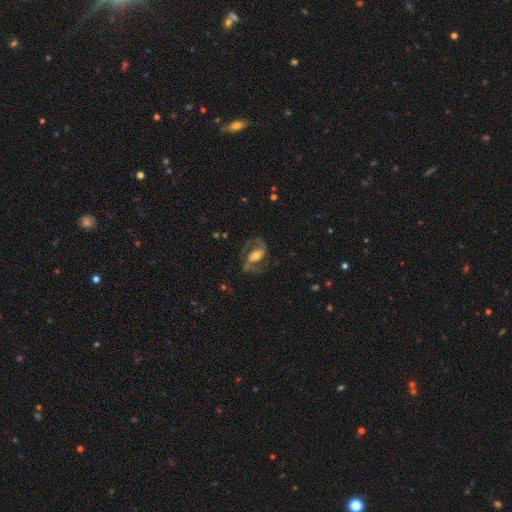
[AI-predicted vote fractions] This appears to be a featured or disk galaxy (81%) with a weak bar (37%), 2 (87%) medium (55%) spiral arms (92%) and a moderate central bulge (58%). Merging: none (66%).